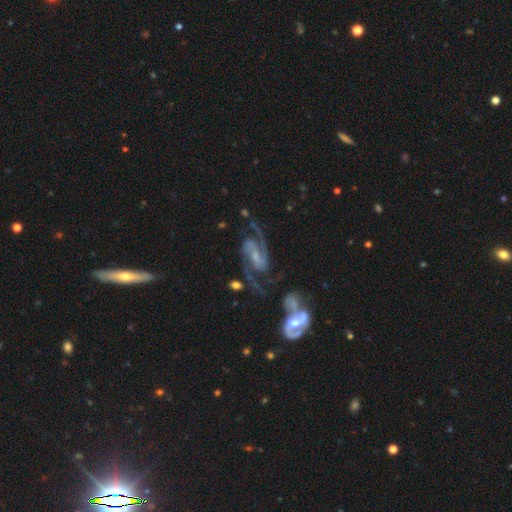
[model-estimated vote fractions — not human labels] Smooth or featured?
  - featured or disk: 92% *
  - star or artifact: 5%
  - smooth: 4%
Edge-on disk?
  - no: 97% *
  - yes: 3%
Bar?
  - weak: 44% *
  - strong: 29%
  - no: 27%
Spiral arms?
  - yes: 98% *
  - no: 2%
Spiral winding?
  - medium: 58% *
  - loose: 23%
  - tight: 20%
Spiral arm count?
  - 2: 91% *
  - 3: 3%
  - can't tell: 2%
  - 1: 2%
  - 4: 1%
  - more than 4: 1%
Bulge size?
  - small: 56% *
  - moderate: 32%
  - none: 7%
  - large: 3%
  - dominant: 1%
Merging?
  - none: 55% *
  - minor disturbance: 16%
  - merger: 14%
  - major disturbance: 14%